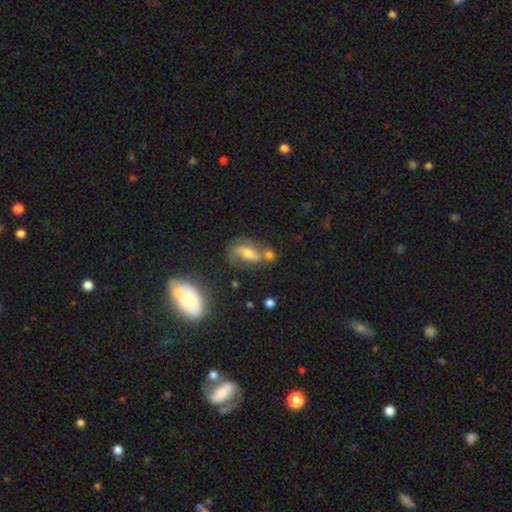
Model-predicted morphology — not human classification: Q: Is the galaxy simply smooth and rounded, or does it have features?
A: featured or disk — 52%.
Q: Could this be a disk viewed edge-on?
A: no — 89%.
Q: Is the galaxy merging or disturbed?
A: none — 53%.